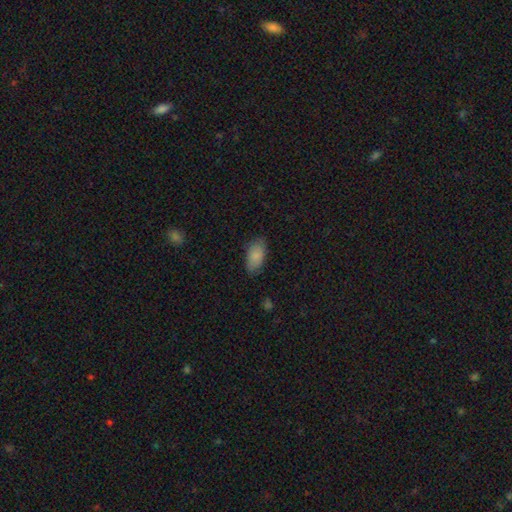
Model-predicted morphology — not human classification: A smooth galaxy with no disk features (85%) that is in between round and cigar-shaped (93%).

Vote fractions:
- Smooth or featured? smooth: 85% / featured or disk: 8% / star or artifact: 7%
- How rounded? in between: 93% / cigar-shaped: 4% / round: 3%
- Merging? none: 80% / minor disturbance: 15% / major disturbance: 3% / merger: 1%